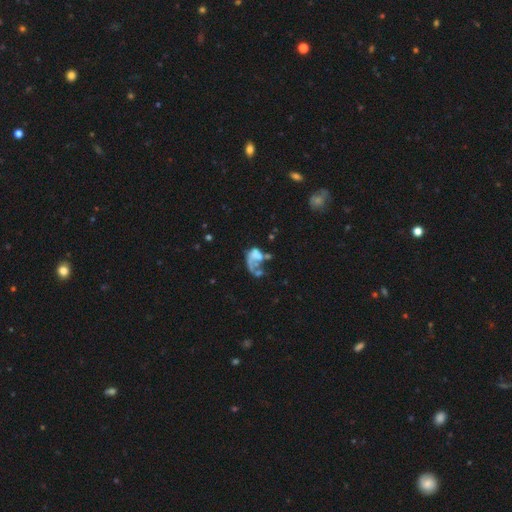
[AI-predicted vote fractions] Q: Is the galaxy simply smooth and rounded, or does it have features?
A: featured or disk — 57%.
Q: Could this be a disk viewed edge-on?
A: no — 98%.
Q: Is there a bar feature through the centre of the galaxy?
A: no — 85%.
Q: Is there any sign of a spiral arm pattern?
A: no — 57%.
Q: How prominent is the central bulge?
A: none — 59%.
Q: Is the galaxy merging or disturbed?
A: major disturbance — 44%.